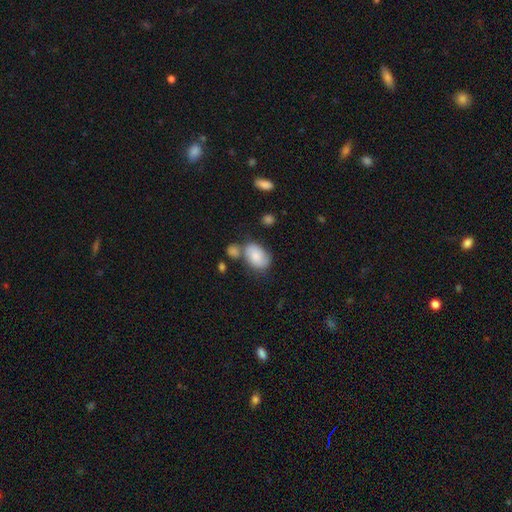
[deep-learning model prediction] Overall: smooth (73%). How rounded: in between (85%). Merging: none (45%; merger 24%).